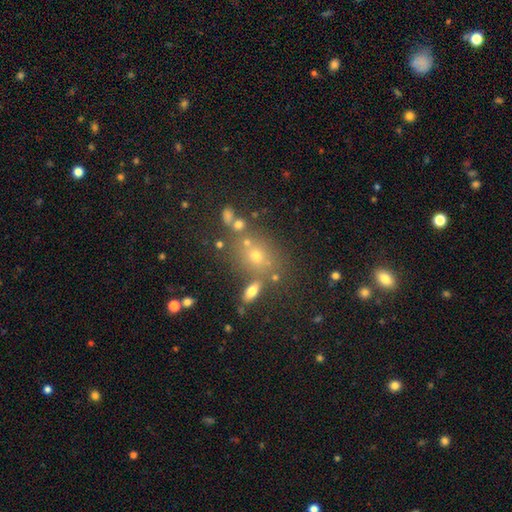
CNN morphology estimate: This is marginally a smooth galaxy (45%). Merging: likely none (62%).